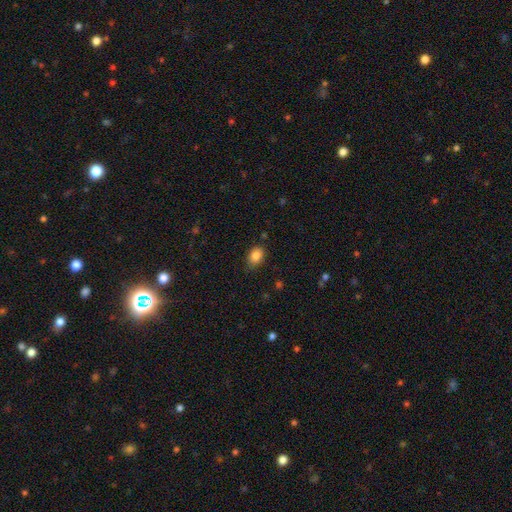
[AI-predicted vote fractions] Overall: smooth (85%). How rounded: in between (81%). Merging: none (82%).